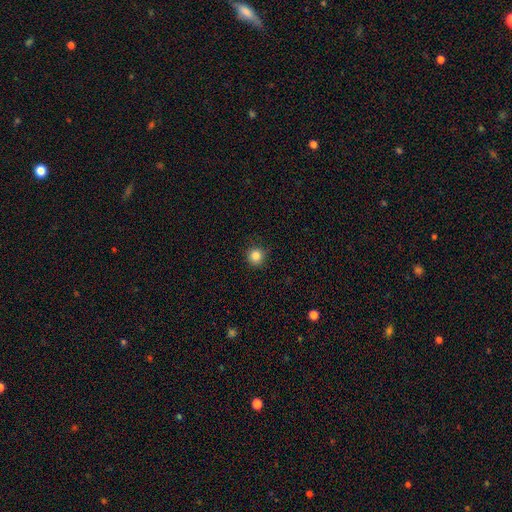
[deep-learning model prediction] Smooth or featured? smooth (85%)
How rounded? round (94%)
Merging? none (88%)